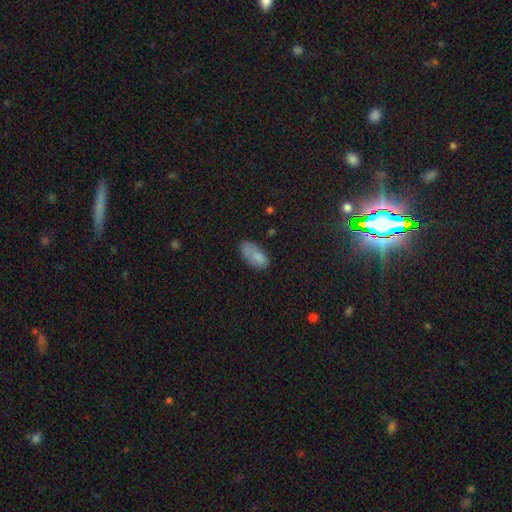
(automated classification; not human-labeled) The model was most divided on "merging": none: 55%, minor disturbance: 29%, major disturbance: 11%, merger: 5%. More confident: how rounded — in between (90%); smooth or featured — smooth (81%).